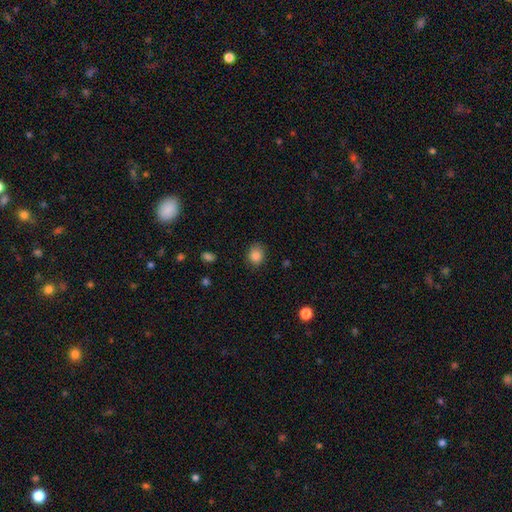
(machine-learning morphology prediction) This appears to be a smooth galaxy with no disk features (85%) that is round (59%). Merging: none (82%).